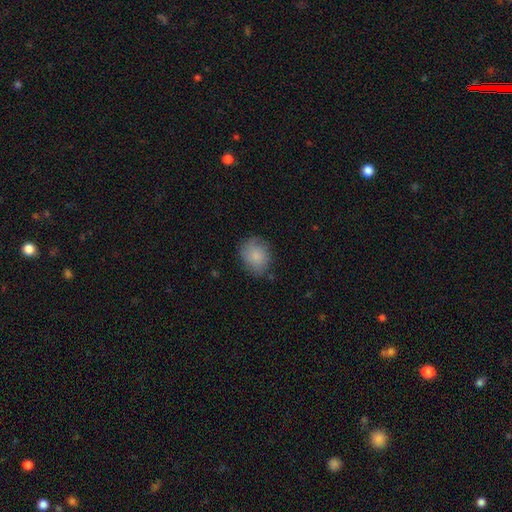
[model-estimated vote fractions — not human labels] Smooth or featured?
  - smooth: 82% *
  - featured or disk: 10%
  - star or artifact: 7%
How rounded?
  - round: 52% *
  - in between: 47%
  - cigar-shaped: 1%
Merging?
  - none: 70% *
  - minor disturbance: 23%
  - major disturbance: 5%
  - merger: 2%